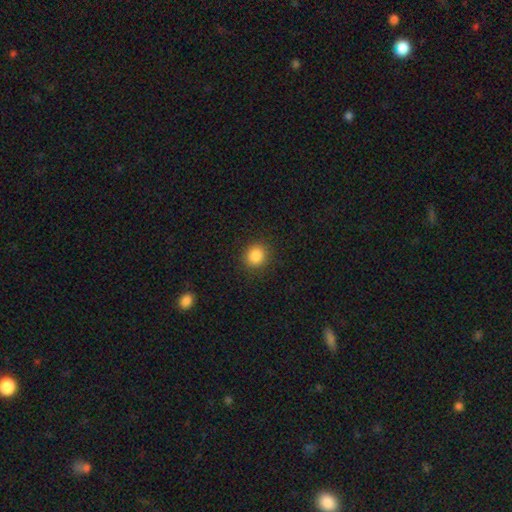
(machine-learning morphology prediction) A smooth galaxy with no disk features (86%) that is round (85%).

Vote fractions:
- Smooth or featured? smooth: 86% / star or artifact: 10% / featured or disk: 4%
- How rounded? round: 85% / in between: 14% / cigar-shaped: 1%
- Merging? none: 90% / minor disturbance: 7% / major disturbance: 2% / merger: 1%